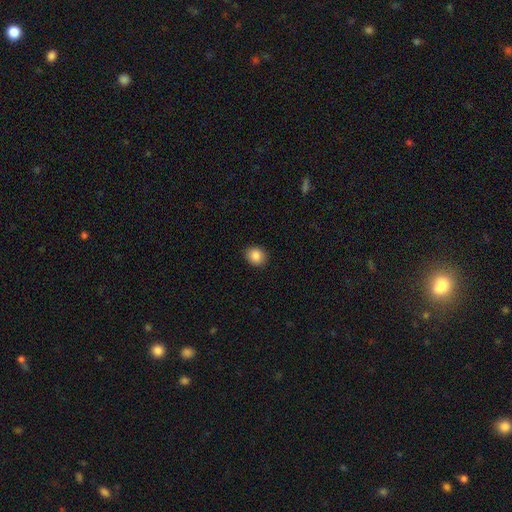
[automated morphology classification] type=smooth (87%); roundness=round (67%); merging=none (90%).